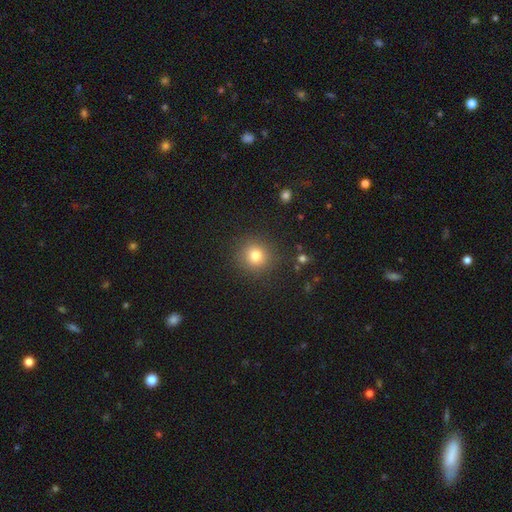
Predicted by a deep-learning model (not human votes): smooth 79%, star or artifact 13%, featured or disk 7%. Down the decision tree: how rounded — round (90%); merging — none (88%).